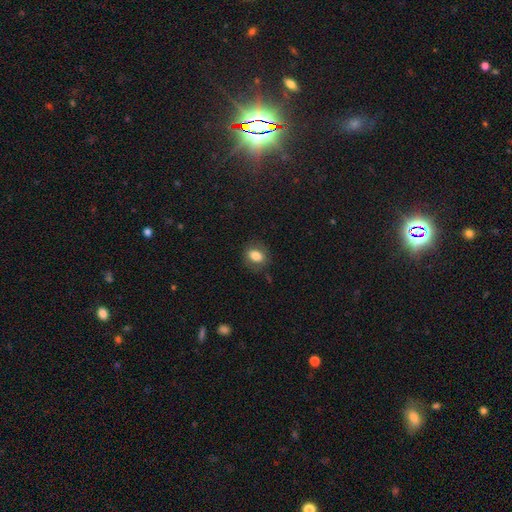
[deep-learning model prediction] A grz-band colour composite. It shows a smooth galaxy with no disk features (78%) that is in between round and cigar-shaped (62%). Merging: none (78%).